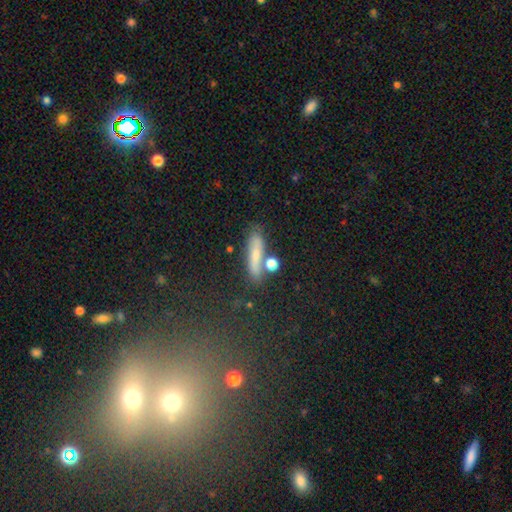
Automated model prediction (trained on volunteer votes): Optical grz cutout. It shows a smooth galaxy with no disk features (63%) that is cigar-shaped (64%). Merging: none (69%).